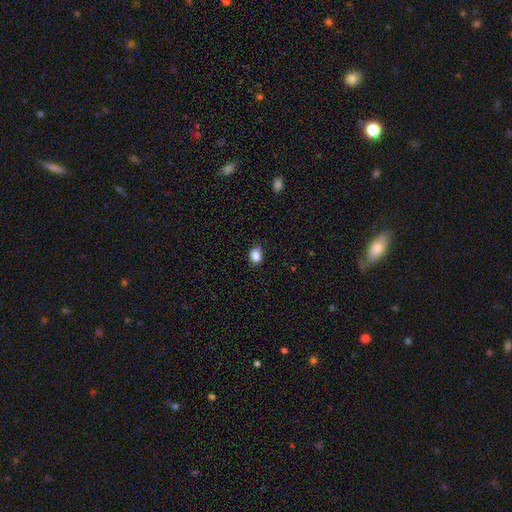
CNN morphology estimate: A smooth galaxy with no disk features (87%) that is in between round and cigar-shaped (62%). Merging: none (82%).